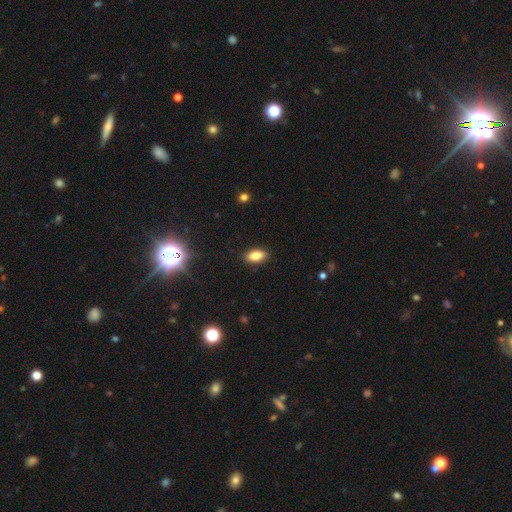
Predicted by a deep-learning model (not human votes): Q: Smooth or featured?
A: smooth (84%); runner-up: star or artifact (10%)
Q: How rounded?
A: in between (90%); runner-up: cigar-shaped (5%)
Q: Merging?
A: none (89%); runner-up: minor disturbance (8%)